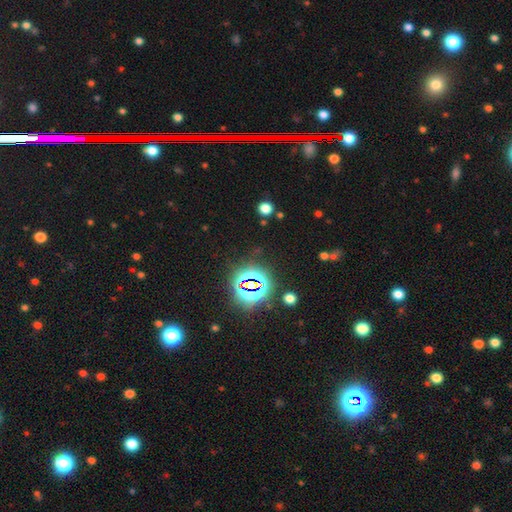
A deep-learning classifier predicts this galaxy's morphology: smooth_or_featured: star or artifact (p=0.81) [alt: smooth p=0.11]